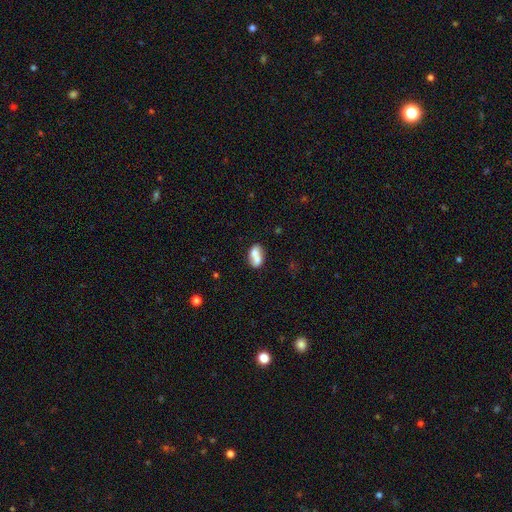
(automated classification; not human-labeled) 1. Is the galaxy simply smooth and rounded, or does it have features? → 67% smooth, 25% featured or disk, 8% star or artifact.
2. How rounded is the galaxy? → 81% in between, 15% round, 4% cigar-shaped.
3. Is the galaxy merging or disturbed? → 50% merger, 32% none, 12% minor disturbance, 6% major disturbance.